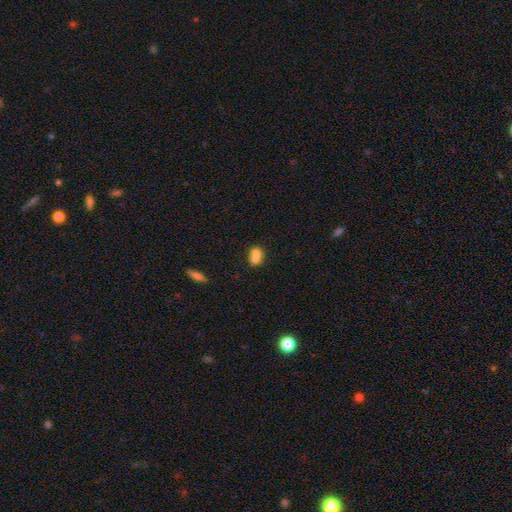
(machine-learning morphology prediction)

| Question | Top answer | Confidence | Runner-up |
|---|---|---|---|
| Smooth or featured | smooth | 67% | featured or disk (23%) |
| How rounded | round | 66% | in between (33%) |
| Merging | merger | 66% | none (25%) |